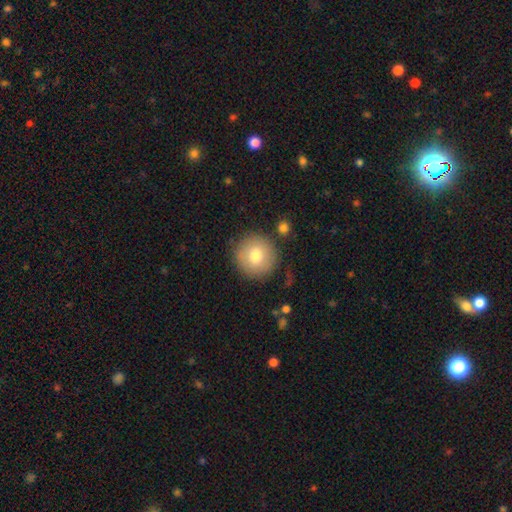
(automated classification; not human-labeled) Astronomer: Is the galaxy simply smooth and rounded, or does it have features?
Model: smooth — 77%.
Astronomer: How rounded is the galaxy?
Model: round — 95%.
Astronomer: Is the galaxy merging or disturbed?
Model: none — 85%.